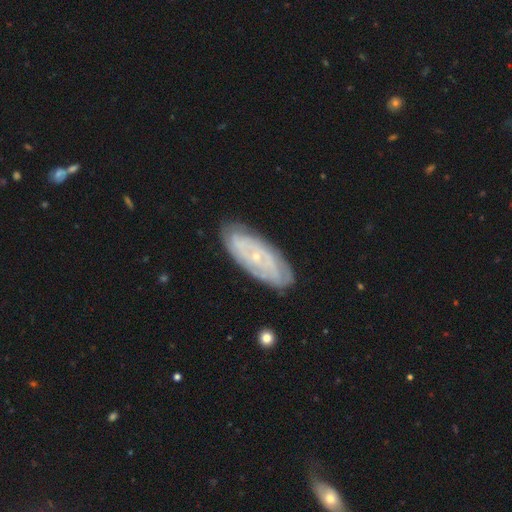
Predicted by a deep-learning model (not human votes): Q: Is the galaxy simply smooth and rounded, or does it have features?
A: featured or disk — 74%.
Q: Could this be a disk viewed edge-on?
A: no — 89%.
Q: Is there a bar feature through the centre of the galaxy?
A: no — 75%.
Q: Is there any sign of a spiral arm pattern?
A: yes — 87%.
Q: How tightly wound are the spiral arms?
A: tight — 73%.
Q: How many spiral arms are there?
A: can't tell — 54%.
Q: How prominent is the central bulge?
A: small — 84%.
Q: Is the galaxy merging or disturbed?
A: none — 81%.